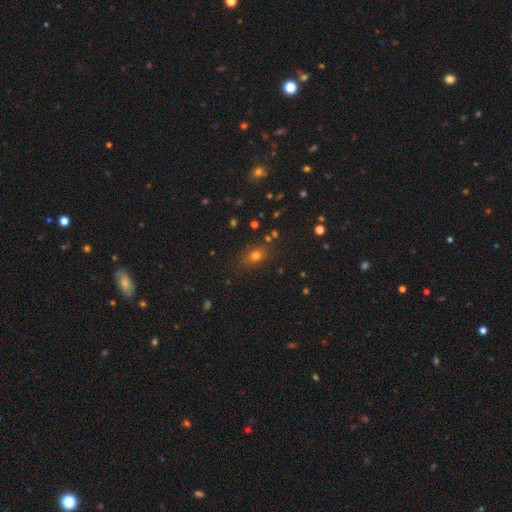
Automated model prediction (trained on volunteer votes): smooth 71%, star or artifact 18%, featured or disk 10%. Down the decision tree: how rounded — in between (57%); merging — none (80%).